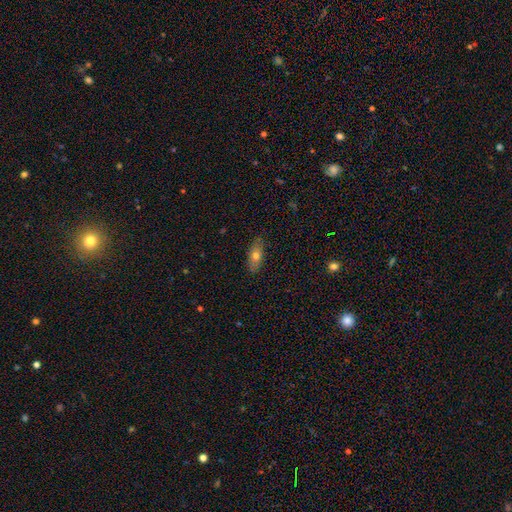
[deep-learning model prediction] Smooth or featured? smooth (71%)
How rounded? in between (78%)
Merging? none (83%)